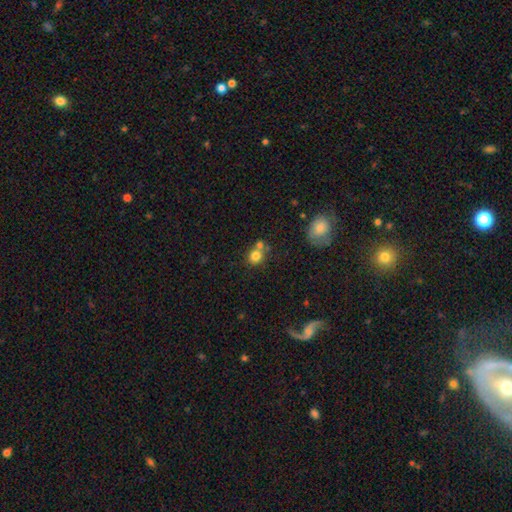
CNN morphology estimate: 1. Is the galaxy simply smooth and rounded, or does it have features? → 79% smooth, 11% star or artifact, 9% featured or disk.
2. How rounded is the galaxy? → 82% round, 17% in between, 1% cigar-shaped.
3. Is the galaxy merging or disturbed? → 53% none, 33% merger, 10% minor disturbance, 4% major disturbance.